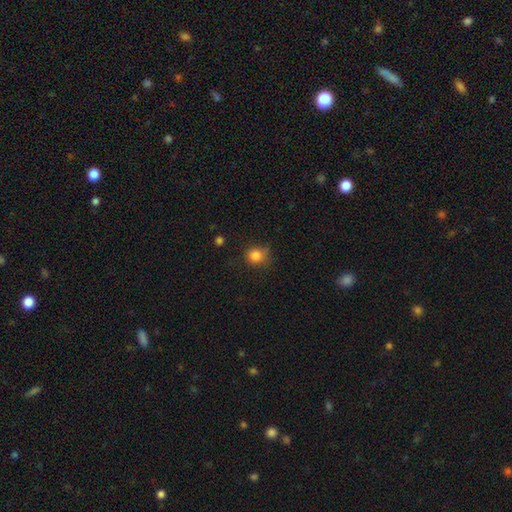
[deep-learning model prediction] This is clearly a smooth galaxy (83%). How rounded: clearly round (85%). Merging: likely none (71%).